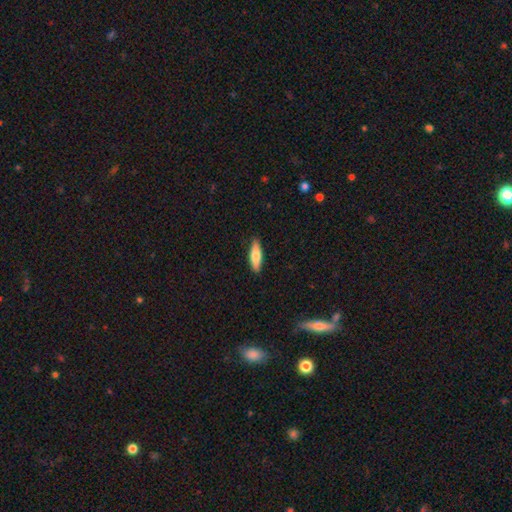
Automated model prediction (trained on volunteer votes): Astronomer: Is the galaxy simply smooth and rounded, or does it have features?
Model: smooth — 72%.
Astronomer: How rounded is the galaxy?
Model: cigar-shaped — 57% (runner-up: in between, 41%).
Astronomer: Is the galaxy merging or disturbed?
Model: none — 89%.